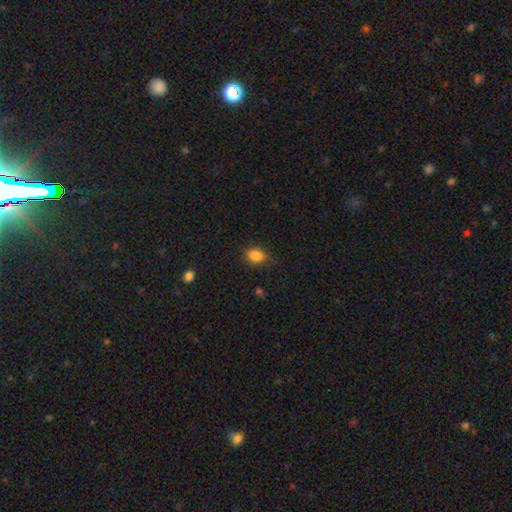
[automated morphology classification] The model was most divided on "how rounded": in between: 69%, round: 30%, cigar-shaped: 2%. More confident: smooth or featured — smooth (86%); merging — none (74%).